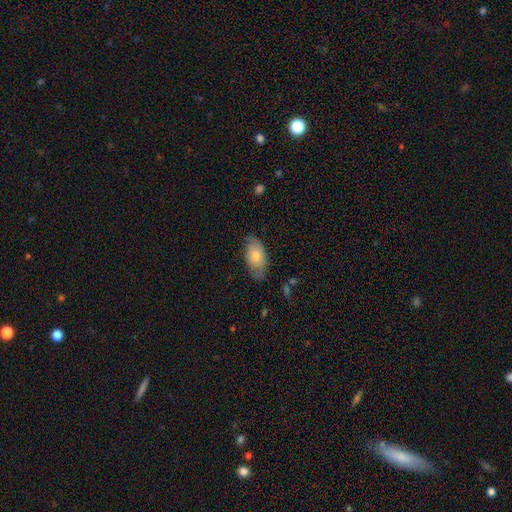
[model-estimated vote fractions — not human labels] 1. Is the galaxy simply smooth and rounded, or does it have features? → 60% smooth, 33% featured or disk, 7% star or artifact.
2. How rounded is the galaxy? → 90% in between, 5% round, 4% cigar-shaped.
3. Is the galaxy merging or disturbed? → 66% none, 26% minor disturbance, 6% major disturbance, 1% merger.